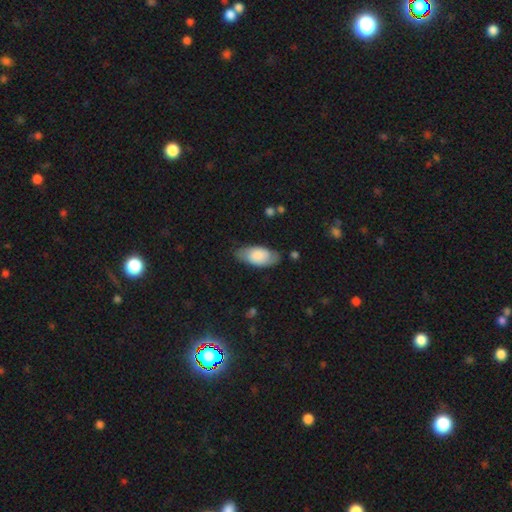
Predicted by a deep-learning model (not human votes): Smooth or featured: smooth — 66% (featured or disk — 27%)
How rounded: in between — 91% (cigar-shaped — 6%)
Merging: none — 75% (minor disturbance — 19%)